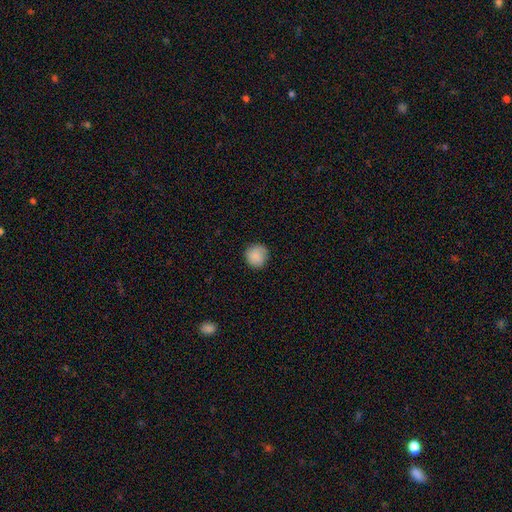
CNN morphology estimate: smooth-or-featured: smooth: 87% | star or artifact: 8% | featured or disk: 5%
  how-rounded: round: 93% | in between: 6% | cigar-shaped: 1%
  merging: none: 84% | minor disturbance: 13% | major disturbance: 3% | merger: 1%